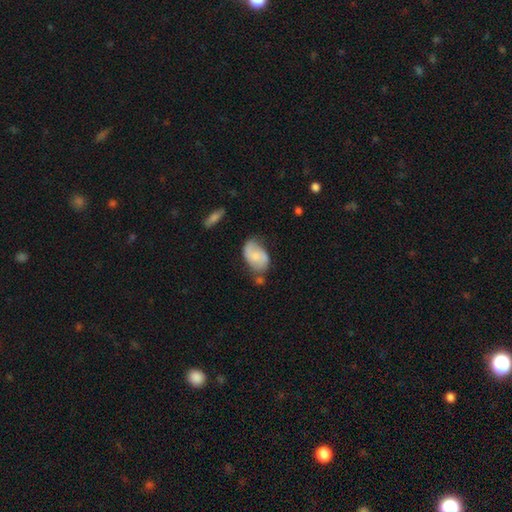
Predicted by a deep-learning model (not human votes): smooth-or-featured: smooth: 53% | featured or disk: 40% | star or artifact: 7%
  how-rounded: in between: 90% | round: 9% | cigar-shaped: 2%
  merging: none: 53% | minor disturbance: 30% | merger: 9% | major disturbance: 8%